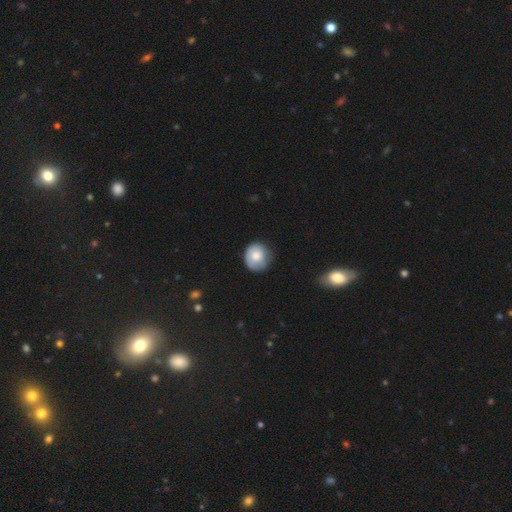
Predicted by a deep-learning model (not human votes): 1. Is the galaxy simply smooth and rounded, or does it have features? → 73% smooth, 19% featured or disk, 7% star or artifact.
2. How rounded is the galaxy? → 86% round, 13% in between, 1% cigar-shaped.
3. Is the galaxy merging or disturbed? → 65% none, 27% minor disturbance, 7% major disturbance, 2% merger.